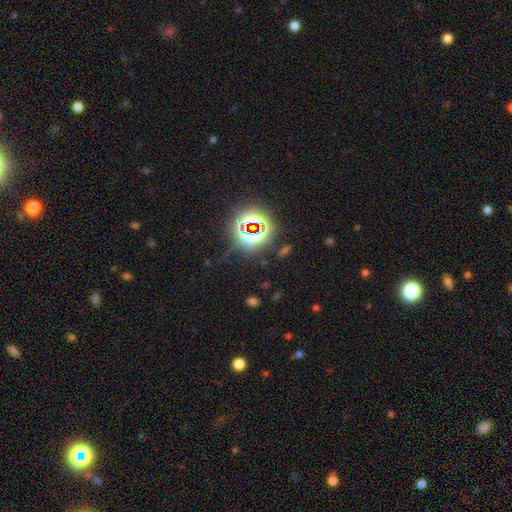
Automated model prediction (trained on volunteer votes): A star or artifact, not a galaxy (82%).